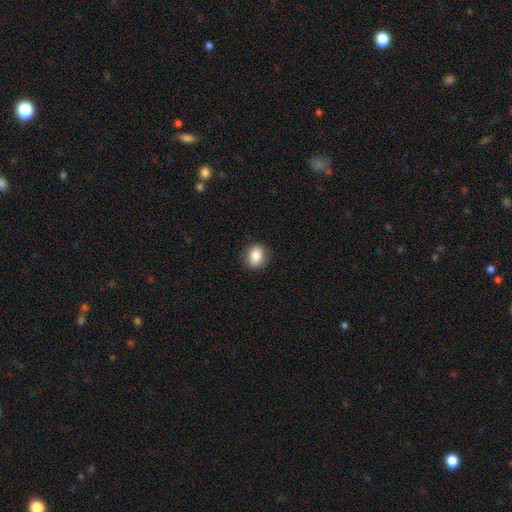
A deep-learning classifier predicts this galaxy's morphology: Smooth or featured? Predicted: smooth (p=0.85). How rounded? Predicted: in between (p=0.53). Merging? Predicted: none (p=0.88).